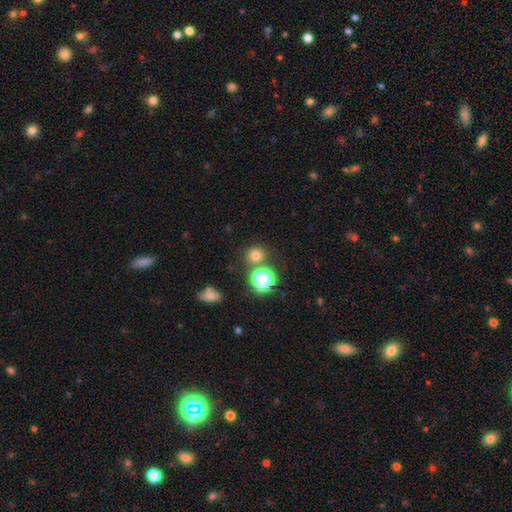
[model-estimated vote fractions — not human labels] Morphology: type=smooth (72%); roundness=round (89%); merging=none (80%).